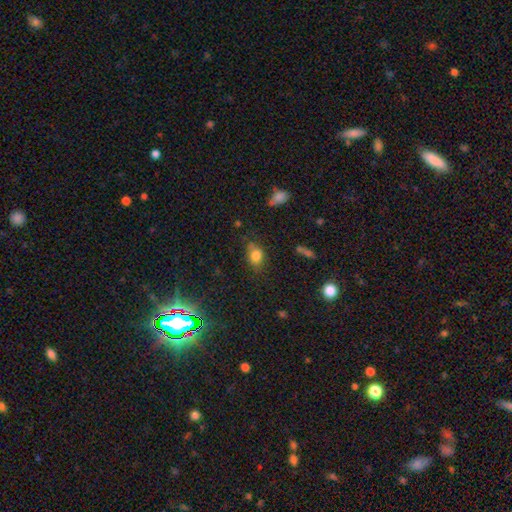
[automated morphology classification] smooth-or-featured: smooth: 78% | star or artifact: 14% | featured or disk: 9%
  how-rounded: in between: 67% | round: 31% | cigar-shaped: 2%
  merging: none: 64% | minor disturbance: 24% | major disturbance: 8% | merger: 4%